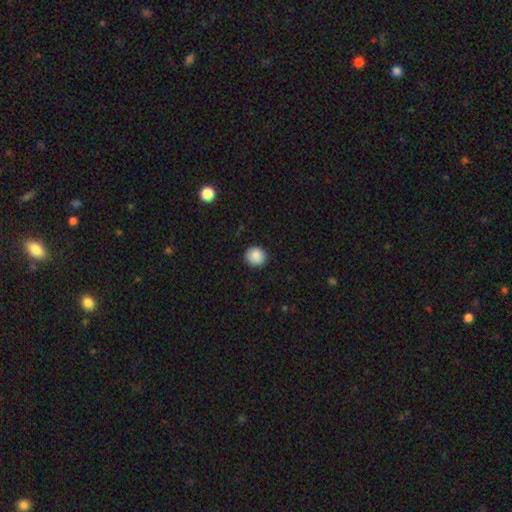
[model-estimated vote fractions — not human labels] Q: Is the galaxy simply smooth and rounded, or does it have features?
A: smooth — 89%.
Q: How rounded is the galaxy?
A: round — 91%.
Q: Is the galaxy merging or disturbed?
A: none — 91%.